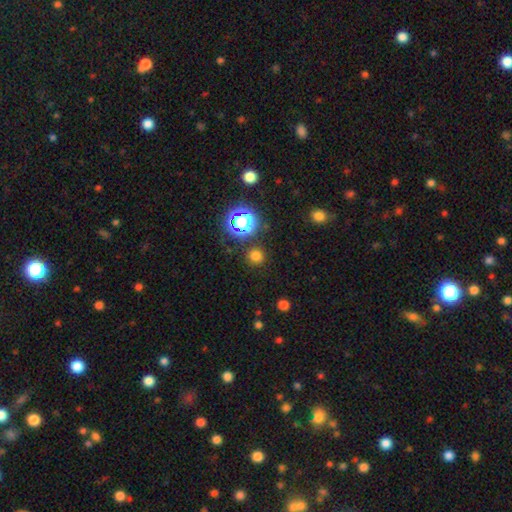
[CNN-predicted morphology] A smooth galaxy with no disk features (70%) that is round (92%). Merging: none (88%).